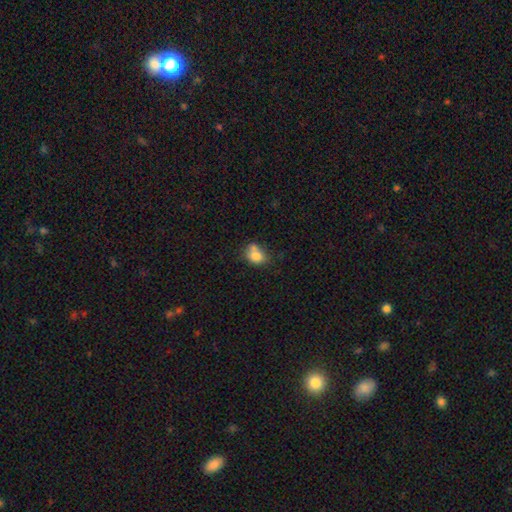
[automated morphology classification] A smooth galaxy with no disk features (78%) that is in between round and cigar-shaped (59%). Merging: none (39%).